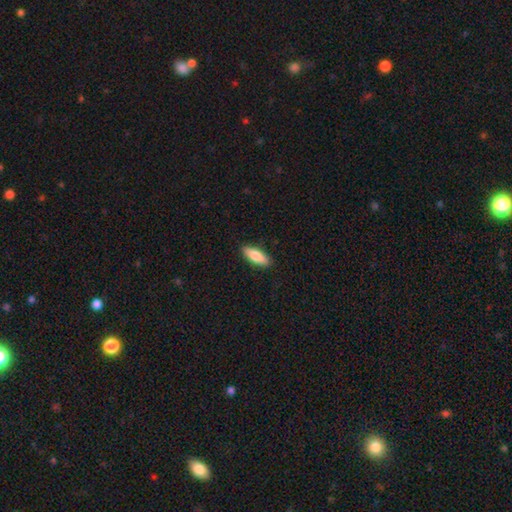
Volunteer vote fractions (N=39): smooth_or_featured: smooth (p=0.77) [alt: featured or disk p=0.15]
how_rounded: in between (p=0.67) [alt: cigar-shaped p=0.33]
merging: none (p=0.89) [alt: minor disturbance p=0.08]